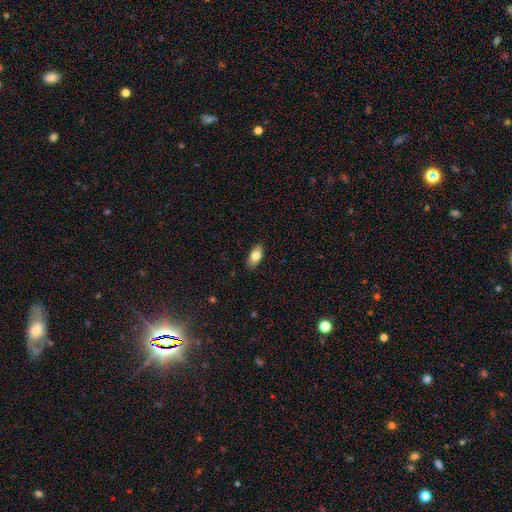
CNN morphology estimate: The model was most divided on "smooth or featured": smooth: 78%, featured or disk: 15%, star or artifact: 7%. More confident: how rounded — in between (89%); merging — none (87%).